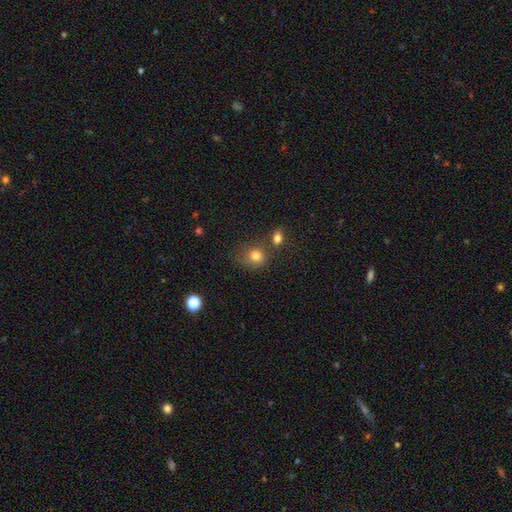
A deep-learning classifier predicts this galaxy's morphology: Overall: smooth (80%). How rounded: round (73%). Merging: none (55%; merger 20%).